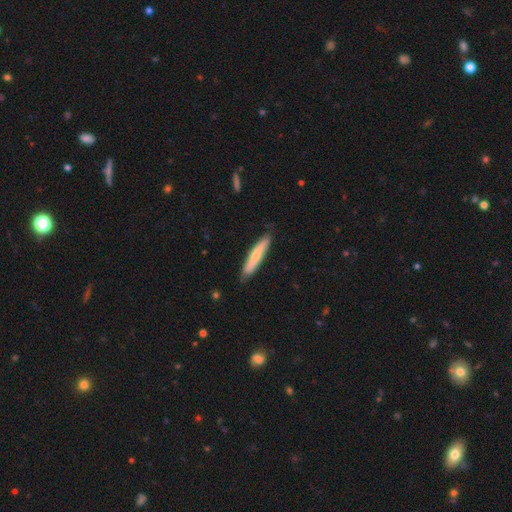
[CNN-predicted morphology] Smooth or featured? Predicted: smooth (p=0.61). How rounded? Predicted: cigar-shaped (p=0.90). Merging? Predicted: none (p=0.82).